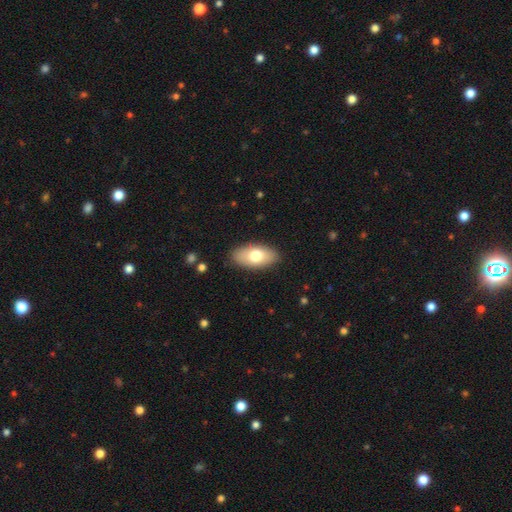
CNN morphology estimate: This is likely a smooth galaxy (73%). How rounded: clearly in between (92%). Merging: clearly none (87%).